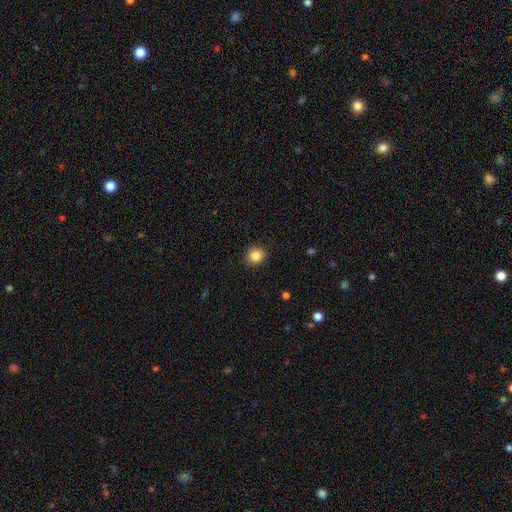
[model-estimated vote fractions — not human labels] Smooth or featured?
  - smooth: 86% *
  - star or artifact: 10%
  - featured or disk: 4%
How rounded?
  - round: 89% *
  - in between: 10%
  - cigar-shaped: 1%
Merging?
  - none: 91% *
  - minor disturbance: 6%
  - major disturbance: 2%
  - merger: 1%